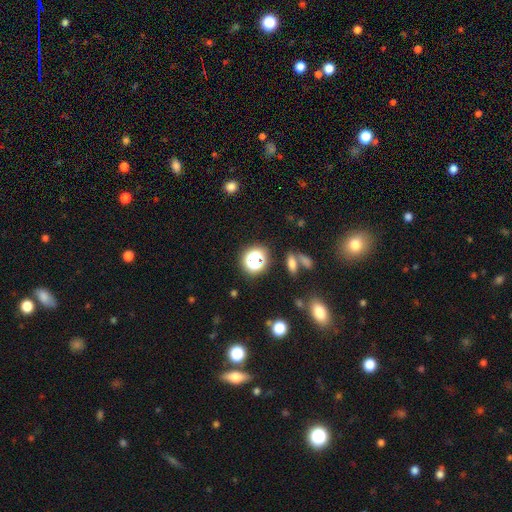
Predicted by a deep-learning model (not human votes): Smooth or featured? Predicted: smooth (p=0.54). How rounded? Predicted: round (p=0.72). Merging? Predicted: none (p=0.69).